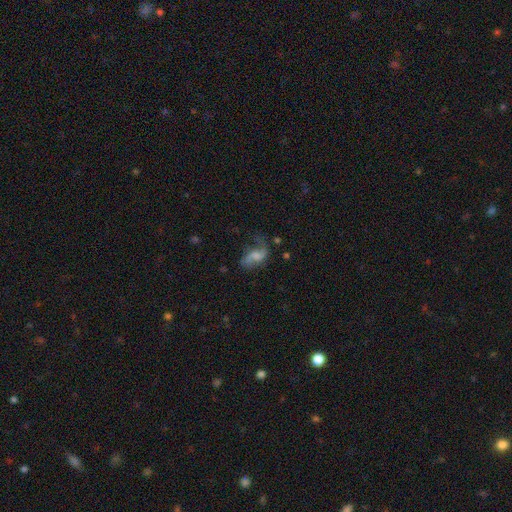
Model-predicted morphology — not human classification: smooth-or-featured: featured or disk: 66% | smooth: 24% | star or artifact: 9%
  disk-edge-on: no: 96% | yes: 4%
    bar: no: 51% | weak: 39% | strong: 10%
    has-spiral-arms: yes: 88% | no: 12%
      spiral-winding: loose: 72% | medium: 23% | tight: 5%
      spiral-arm-count: 2: 79% | 1: 12% | can't tell: 5% | 3: 2% | 4: 1% | more than 4: 1%
    bulge-size: none: 35% | small: 26% | moderate: 25% | large: 11% | dominant: 2%
  merging: none: 46% | major disturbance: 28% | minor disturbance: 23% | merger: 4%